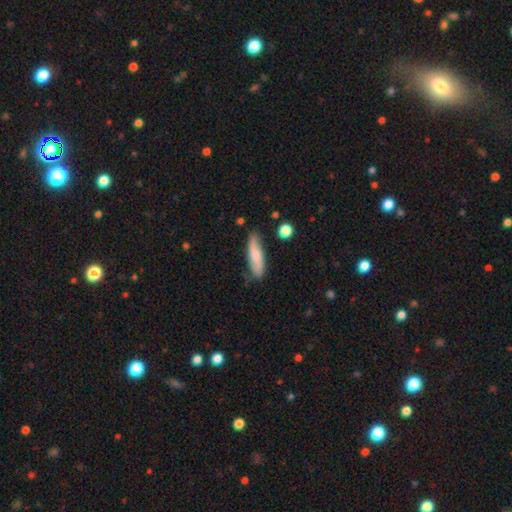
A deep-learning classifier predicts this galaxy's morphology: smooth-or-featured: smooth: 64% | featured or disk: 30% | star or artifact: 6%
  how-rounded: cigar-shaped: 57% | in between: 40% | round: 2%
  merging: none: 71% | minor disturbance: 22% | major disturbance: 4% | merger: 3%